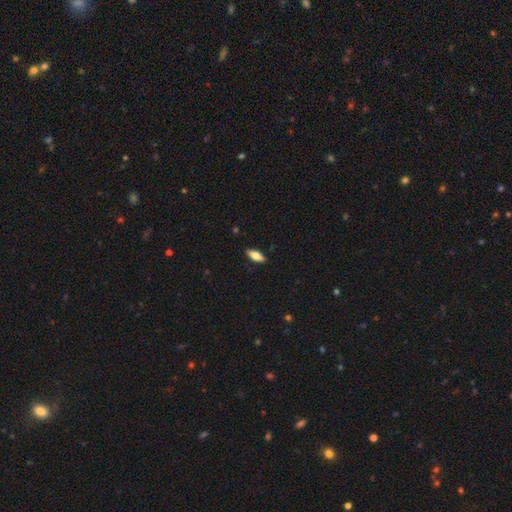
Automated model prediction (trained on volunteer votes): The model was most divided on "smooth or featured": smooth: 66%, featured or disk: 27%, star or artifact: 7%. More confident: merging — none (89%); how rounded — in between (68%).